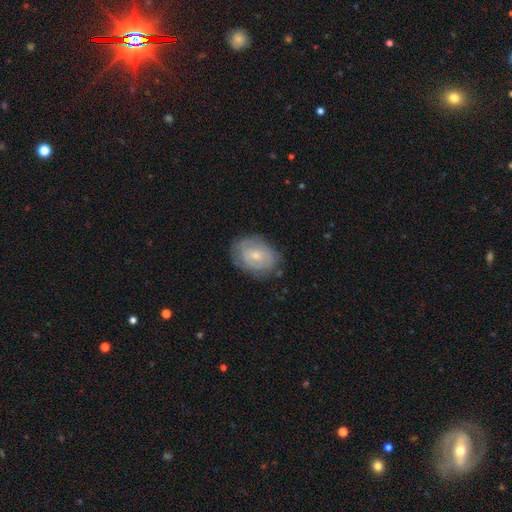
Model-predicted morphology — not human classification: Smooth or featured?
  - featured or disk: 47% *
  - smooth: 46%
  - star or artifact: 7%
Merging?
  - none: 72% *
  - minor disturbance: 20%
  - major disturbance: 6%
  - merger: 1%